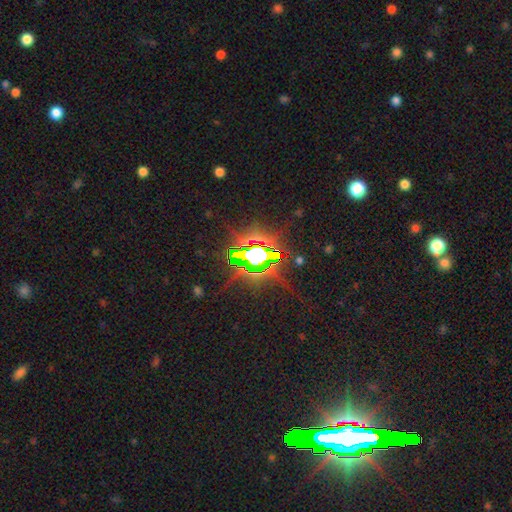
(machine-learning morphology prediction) A star or artifact, not a galaxy (79%).